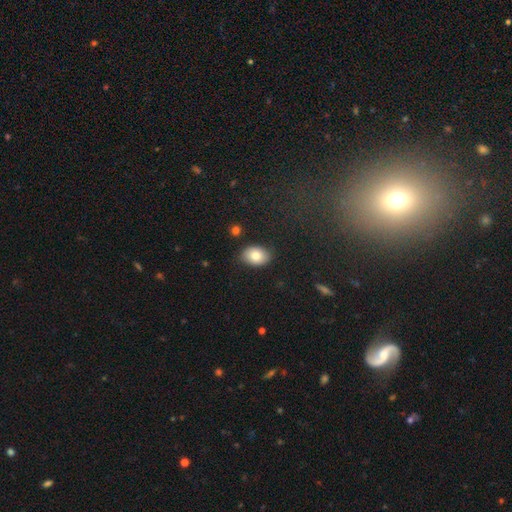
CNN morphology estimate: smooth_or_featured: smooth (p=0.81) [alt: featured or disk p=0.12]
how_rounded: in between (p=0.81) [alt: round p=0.17]
merging: none (p=0.83) [alt: minor disturbance p=0.13]